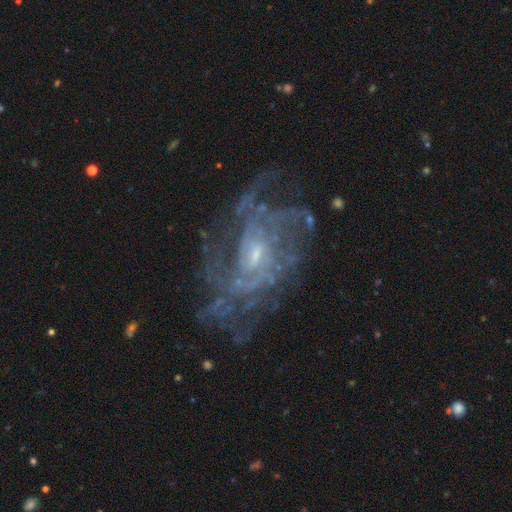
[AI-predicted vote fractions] Morphology: type=featured or disk (85%); edge-on=no (97%); bar=no (50%); spiral arms=yes (88%); winding=tight (47%); arm count=can't tell (45%); bulge=small (67%); merging=none (62%).